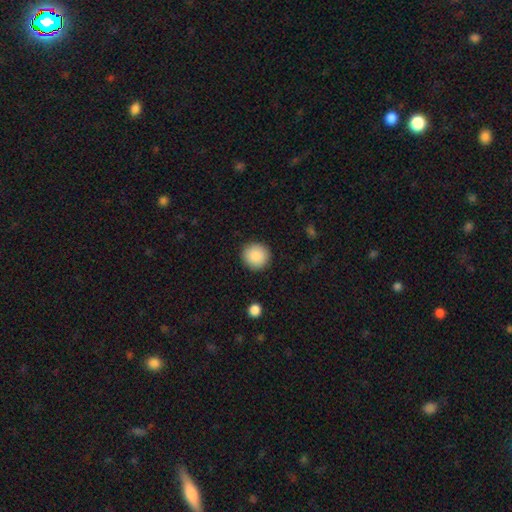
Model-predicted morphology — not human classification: smooth 89%, star or artifact 8%, featured or disk 3%. Down the decision tree: how rounded — round (94%); merging — none (92%).